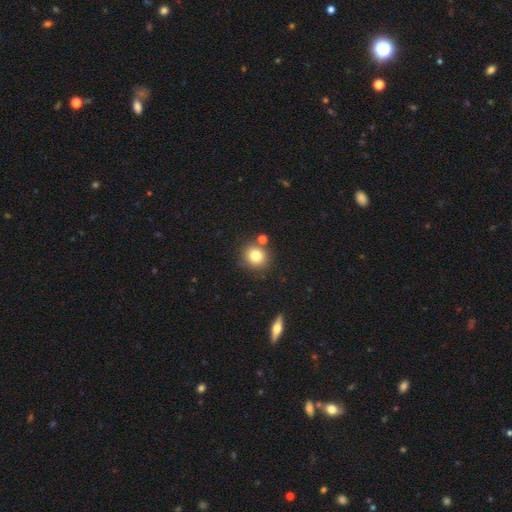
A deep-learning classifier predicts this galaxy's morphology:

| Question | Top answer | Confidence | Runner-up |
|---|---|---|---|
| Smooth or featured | smooth | 80% | star or artifact (12%) |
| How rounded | round | 85% | in between (14%) |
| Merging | none | 77% | merger (11%) |